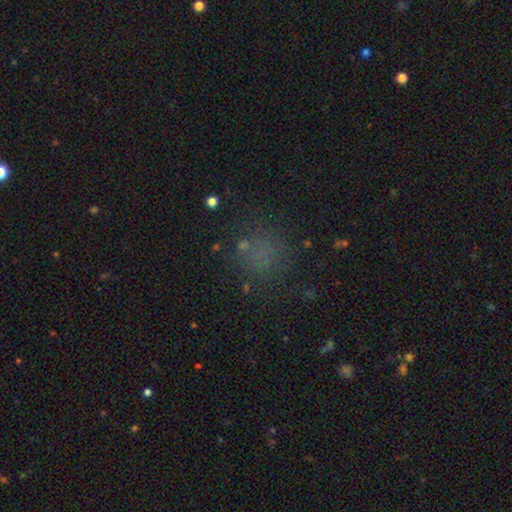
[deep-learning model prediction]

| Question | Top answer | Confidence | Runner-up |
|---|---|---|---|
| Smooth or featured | smooth | 57% | star or artifact (34%) |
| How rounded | round | 86% | in between (13%) |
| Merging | none | 79% | minor disturbance (12%) |